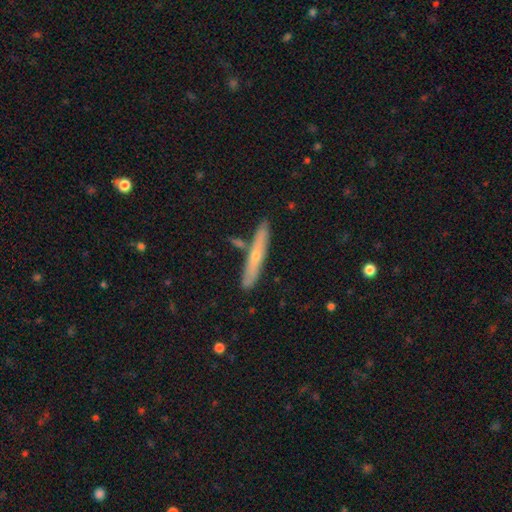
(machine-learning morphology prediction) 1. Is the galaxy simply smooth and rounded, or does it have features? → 48% featured or disk, 46% smooth, 6% star or artifact.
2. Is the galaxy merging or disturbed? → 81% none, 11% minor disturbance, 6% merger, 2% major disturbance.